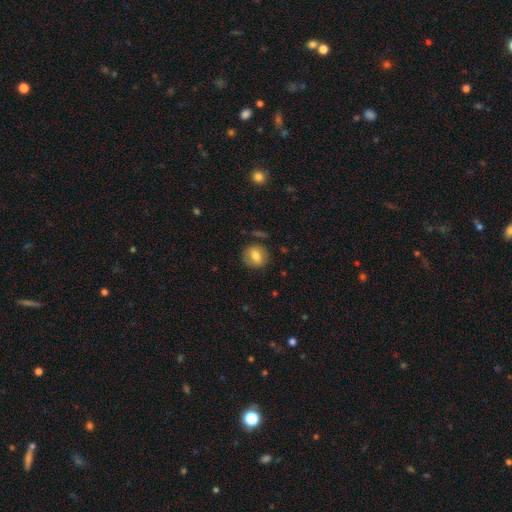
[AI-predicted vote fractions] smooth-or-featured: smooth: 71% | featured or disk: 20% | star or artifact: 8%
  how-rounded: round: 73% | in between: 25% | cigar-shaped: 1%
  merging: none: 82% | minor disturbance: 12% | major disturbance: 4% | merger: 2%